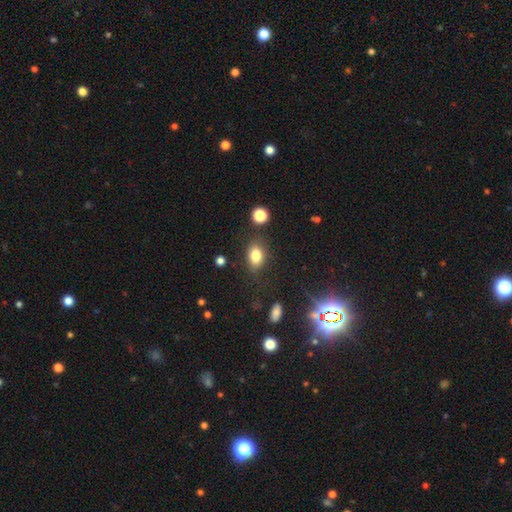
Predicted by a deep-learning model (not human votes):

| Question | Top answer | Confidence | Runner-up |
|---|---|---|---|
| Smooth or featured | smooth | 81% | star or artifact (11%) |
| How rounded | in between | 78% | round (20%) |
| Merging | none | 77% | minor disturbance (15%) |